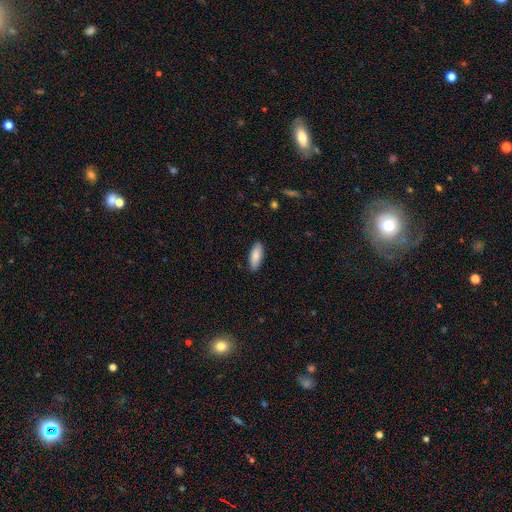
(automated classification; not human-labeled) Smooth or featured?
  - smooth: 84% *
  - featured or disk: 10%
  - star or artifact: 6%
How rounded?
  - in between: 74% *
  - cigar-shaped: 24%
  - round: 2%
Merging?
  - none: 88% *
  - minor disturbance: 9%
  - major disturbance: 2%
  - merger: 1%